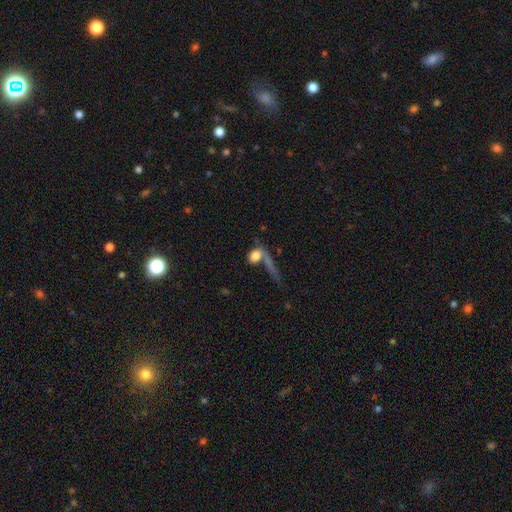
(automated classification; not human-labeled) A smooth galaxy with no disk features (71%) that is in between round and cigar-shaped (61%). Merging: none (32%).